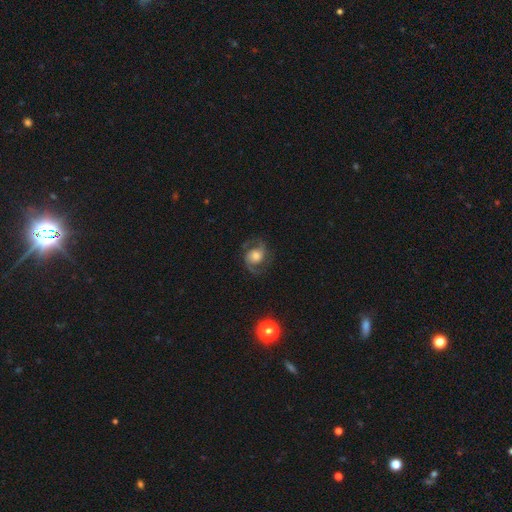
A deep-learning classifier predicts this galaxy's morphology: smooth-or-featured: featured or disk: 79% | smooth: 13% | star or artifact: 7%
  disk-edge-on: no: 98% | yes: 2%
    bar: no: 64% | weak: 28% | strong: 7%
    has-spiral-arms: yes: 95% | no: 5%
      spiral-winding: medium: 56% | loose: 26% | tight: 18%
      spiral-arm-count: 2: 91% | can't tell: 3% | 1: 2% | 3: 2% | 4: 1% | more than 4: 1%
    bulge-size: moderate: 46% | large: 30% | small: 16% | dominant: 4% | none: 4%
  merging: none: 75% | minor disturbance: 14% | major disturbance: 9% | merger: 1%